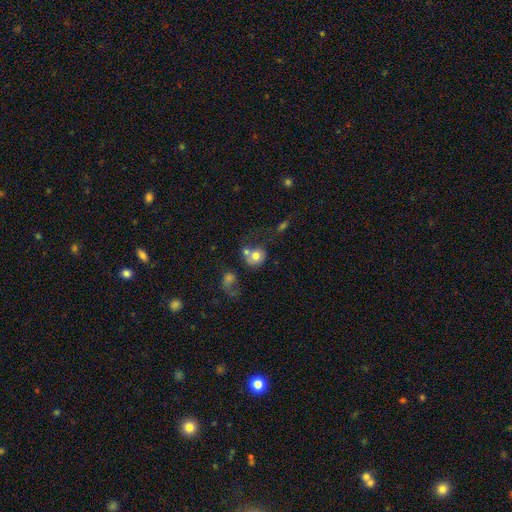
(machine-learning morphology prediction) Smooth or featured?
  - smooth: 70% *
  - featured or disk: 20%
  - star or artifact: 10%
How rounded?
  - round: 72% *
  - in between: 27%
  - cigar-shaped: 1%
Merging?
  - merger: 38% *
  - none: 33%
  - minor disturbance: 14%
  - major disturbance: 14%